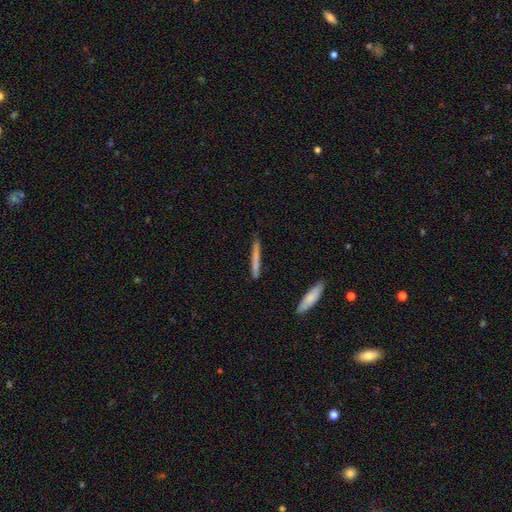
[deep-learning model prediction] A smooth galaxy with no disk features (67%) that is cigar-shaped (96%). Merging: none (87%).